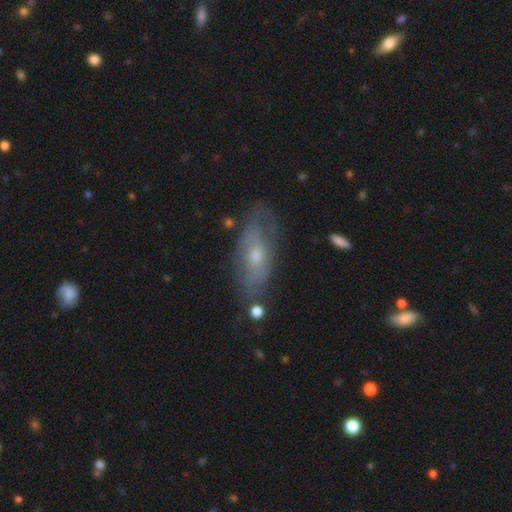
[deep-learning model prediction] smooth_or_featured: featured or disk (p=0.57) [alt: smooth p=0.32]
disk_edge_on: no (p=0.79) [alt: yes p=0.21]
merging: none (p=0.72) [alt: minor disturbance p=0.19]